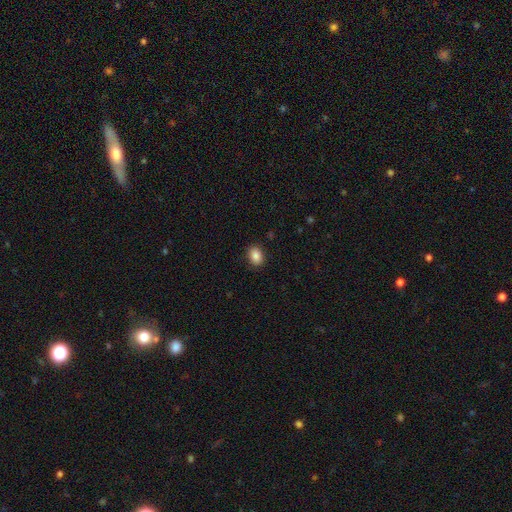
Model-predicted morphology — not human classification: This is clearly a smooth galaxy (87%). How rounded: likely in between (68%). Merging: clearly none (89%).